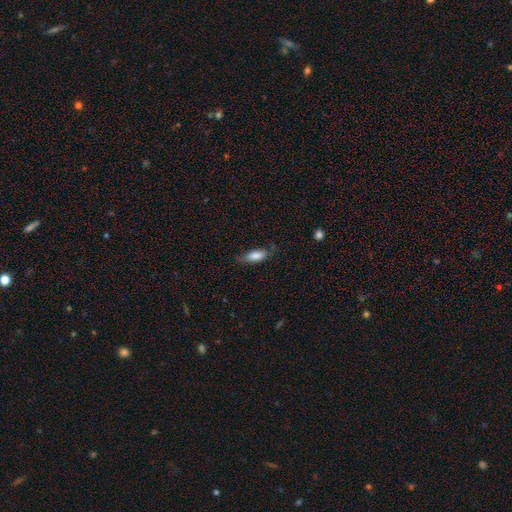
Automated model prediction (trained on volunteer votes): This appears to be a smooth galaxy with no disk features (78%) that is in between round and cigar-shaped (69%). Merging: none (64%).